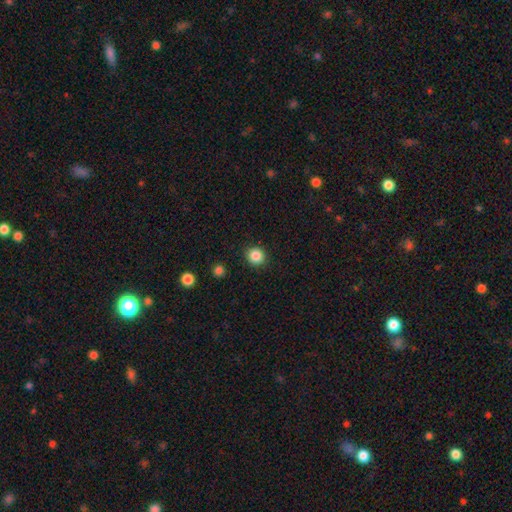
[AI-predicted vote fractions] Overall: smooth (86%). How rounded: round (89%). Merging: none (91%).